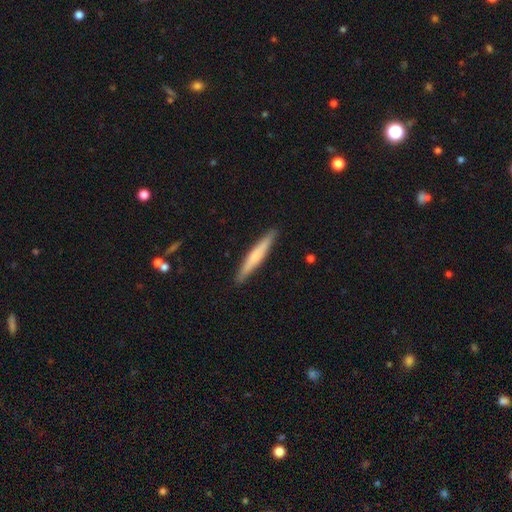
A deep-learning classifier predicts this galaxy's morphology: This appears to be a smooth galaxy with no disk features (54%) that is cigar-shaped (95%). Merging: none (91%).